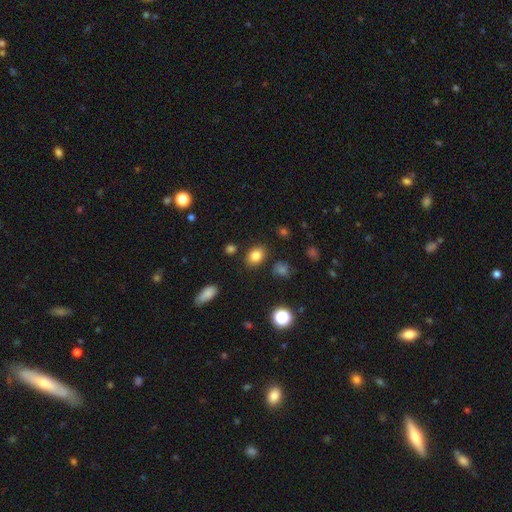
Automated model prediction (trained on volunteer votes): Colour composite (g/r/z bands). It shows a smooth galaxy with no disk features (82%) that is in between round and cigar-shaped (68%). Merging: none (84%).